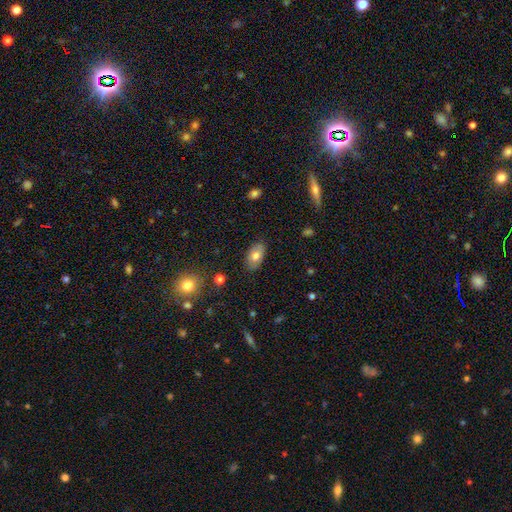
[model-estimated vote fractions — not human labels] A smooth galaxy with no disk features (73%) that is in between round and cigar-shaped (92%).

Vote fractions:
- Smooth or featured? smooth: 73% / featured or disk: 19% / star or artifact: 8%
- How rounded? in between: 92% / round: 6% / cigar-shaped: 2%
- Merging? none: 83% / minor disturbance: 13% / major disturbance: 2% / merger: 1%